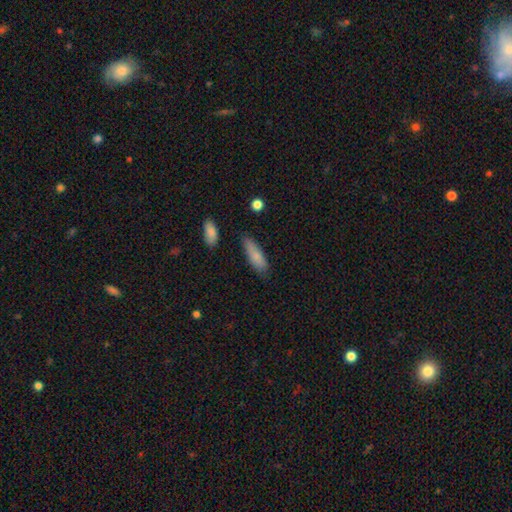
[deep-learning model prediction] Q: Smooth or featured?
A: smooth (81%); runner-up: featured or disk (12%)
Q: How rounded?
A: in between (52%); runner-up: cigar-shaped (46%)
Q: Merging?
A: none (74%); runner-up: minor disturbance (19%)